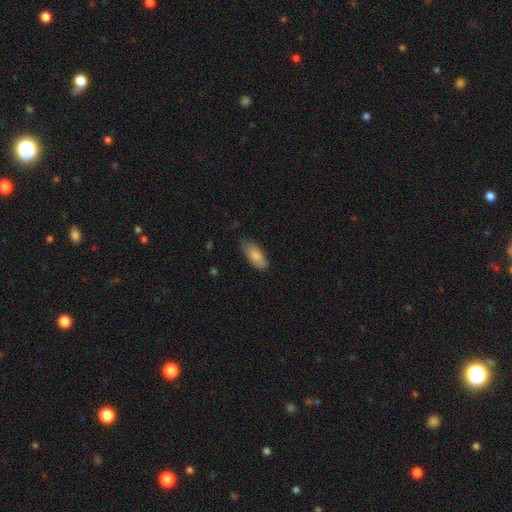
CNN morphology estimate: smooth_or_featured: smooth (p=0.81) [alt: featured or disk p=0.13]
how_rounded: in between (p=0.83) [alt: cigar-shaped p=0.15]
merging: none (p=0.66) [alt: minor disturbance p=0.28]